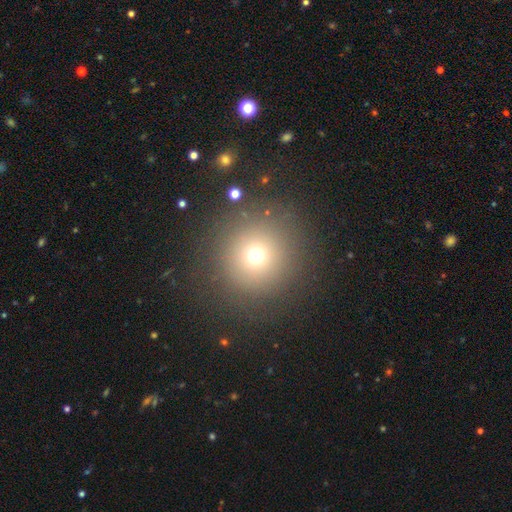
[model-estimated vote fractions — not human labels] Q: Smooth or featured?
A: smooth (69%); runner-up: star or artifact (21%)
Q: How rounded?
A: round (95%); runner-up: in between (4%)
Q: Merging?
A: none (85%); runner-up: minor disturbance (8%)